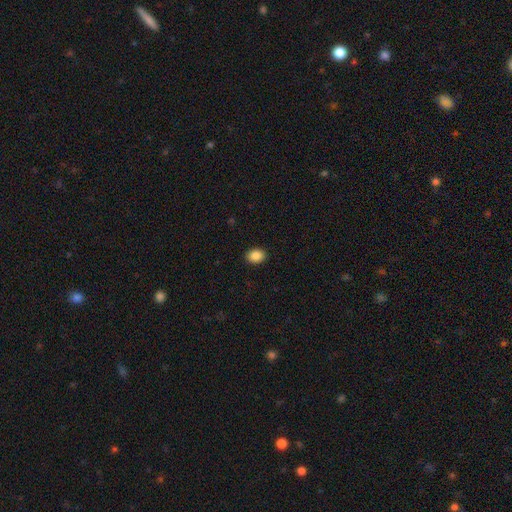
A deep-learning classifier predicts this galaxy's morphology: Smooth or featured?
  - smooth: 87% *
  - star or artifact: 9%
  - featured or disk: 4%
How rounded?
  - in between: 60% *
  - round: 39%
  - cigar-shaped: 1%
Merging?
  - none: 91% *
  - minor disturbance: 6%
  - major disturbance: 2%
  - merger: 1%